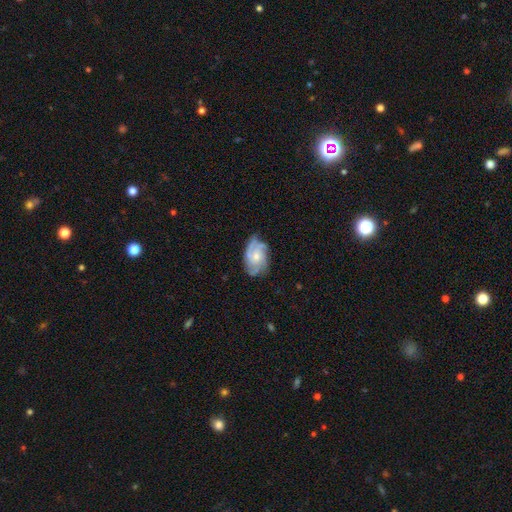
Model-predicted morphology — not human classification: This is clearly a featured or disk galaxy (83%). It is clearly not viewed edge-on (97%). Bar: likely no (70%). Spiral arm pattern: clearly yes (97%). Spiral arm count: marginally 3 (38%). Spiral winding: possibly tight (56%). Central bulge: possibly moderate (49%). Merging: likely none (73%).